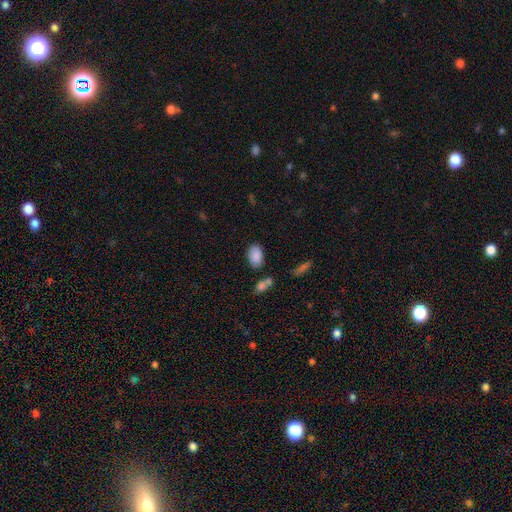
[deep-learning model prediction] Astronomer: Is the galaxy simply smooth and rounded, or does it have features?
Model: smooth — 87%.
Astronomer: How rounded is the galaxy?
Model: in between — 91%.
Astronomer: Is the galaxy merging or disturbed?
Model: none — 77%.